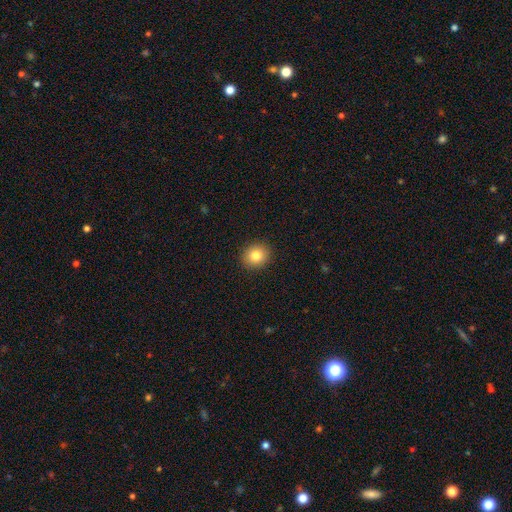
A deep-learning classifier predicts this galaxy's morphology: smooth_or_featured: smooth (p=0.82) [alt: star or artifact p=0.11]
how_rounded: round (p=0.80) [alt: in between p=0.19]
merging: none (p=0.92) [alt: minor disturbance p=0.06]